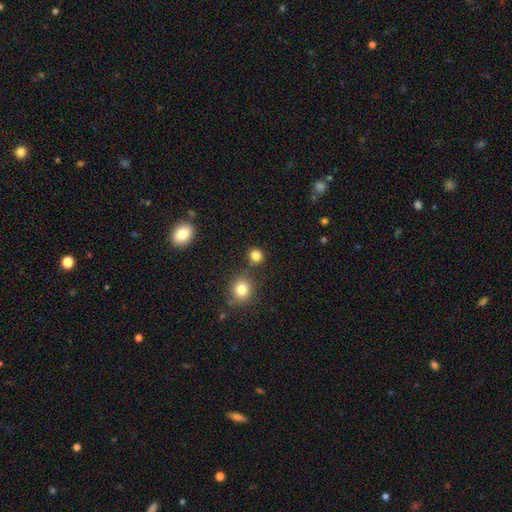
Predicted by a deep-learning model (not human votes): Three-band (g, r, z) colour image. It shows a smooth galaxy with no disk features (82%) that is round (86%). Merging: none (79%).